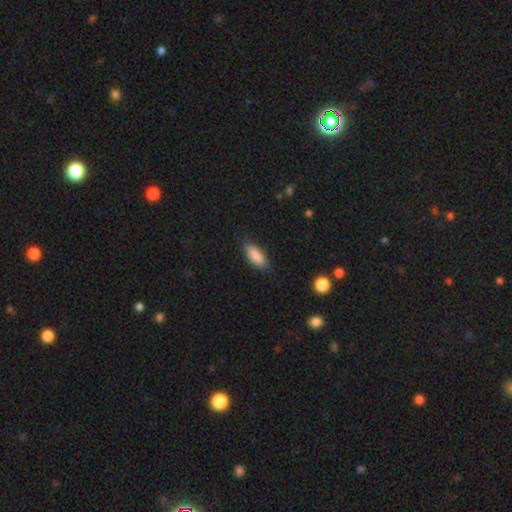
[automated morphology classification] This appears to be a smooth galaxy with no disk features (86%) that is in between round and cigar-shaped (72%). Merging: none (80%).